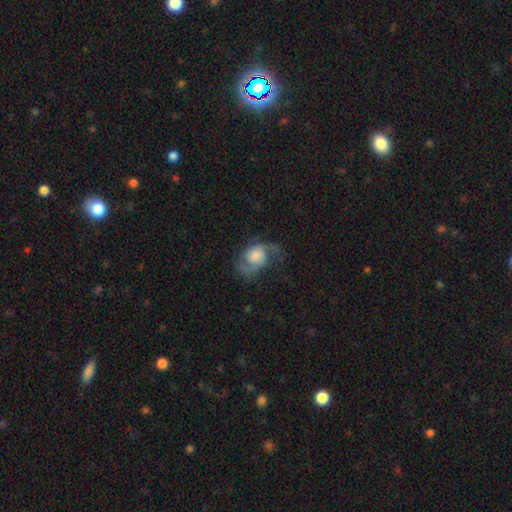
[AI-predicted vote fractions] This is likely a featured or disk galaxy (61%). It is clearly not viewed edge-on (97%). Bar: likely no (71%). Spiral arm pattern: clearly yes (86%). Spiral arm count: likely 2 (78%). Spiral winding: marginally medium (43%). Central bulge: marginally moderate (34%). Merging: possibly none (46%).